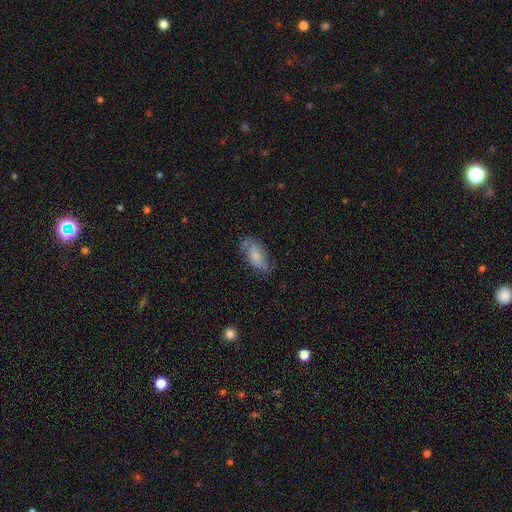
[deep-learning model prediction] smooth 68%, featured or disk 25%, star or artifact 7%. Down the decision tree: how rounded — in between (89%); merging — none (56%).